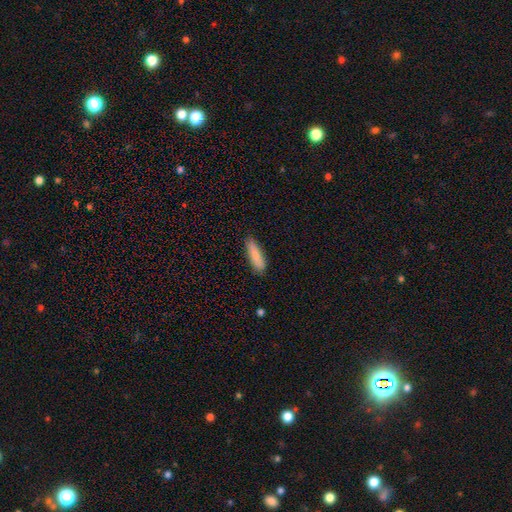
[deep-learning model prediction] Smooth or featured? Predicted: smooth (p=0.86). How rounded? Predicted: cigar-shaped (p=0.66). Merging? Predicted: none (p=0.85).